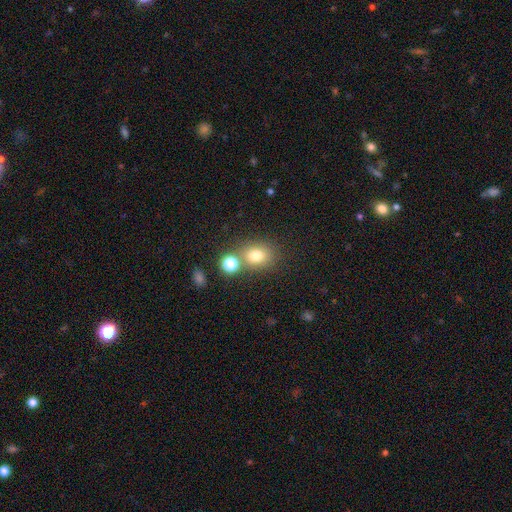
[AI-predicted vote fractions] Q: Smooth or featured?
A: smooth (76%); runner-up: star or artifact (14%)
Q: How rounded?
A: round (58%); runner-up: in between (41%)
Q: Merging?
A: none (63%); runner-up: merger (22%)